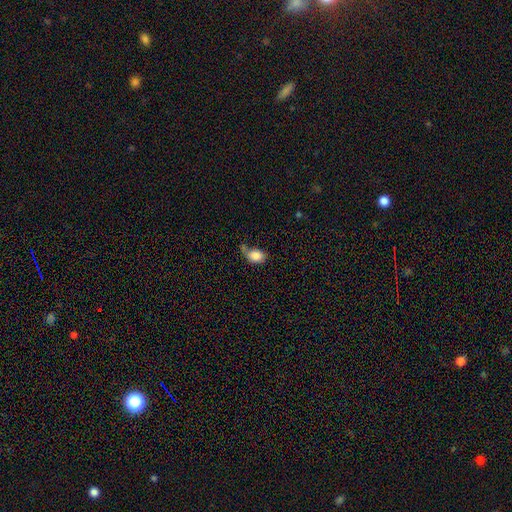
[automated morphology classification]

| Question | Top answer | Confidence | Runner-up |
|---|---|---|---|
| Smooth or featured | smooth | 83% | featured or disk (9%) |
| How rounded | in between | 76% | round (22%) |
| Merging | none | 39% | minor disturbance (31%) |